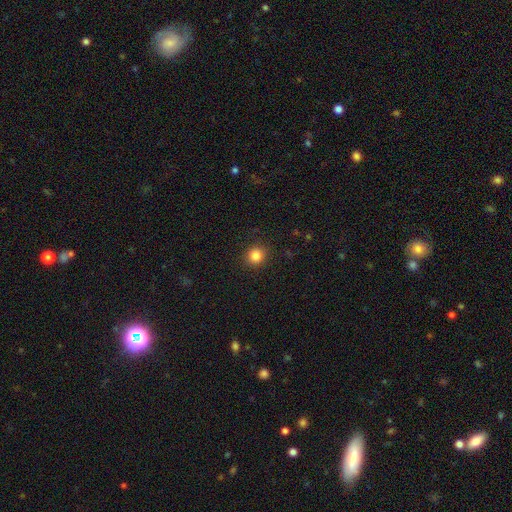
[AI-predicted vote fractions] Morphology: type=smooth (84%); roundness=round (88%); merging=none (91%).